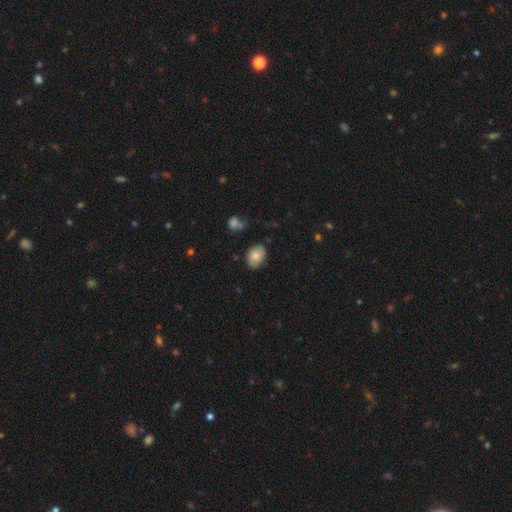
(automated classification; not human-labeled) Q: Smooth or featured?
A: smooth (77%); runner-up: featured or disk (15%)
Q: How rounded?
A: in between (74%); runner-up: round (25%)
Q: Merging?
A: none (77%); runner-up: minor disturbance (17%)